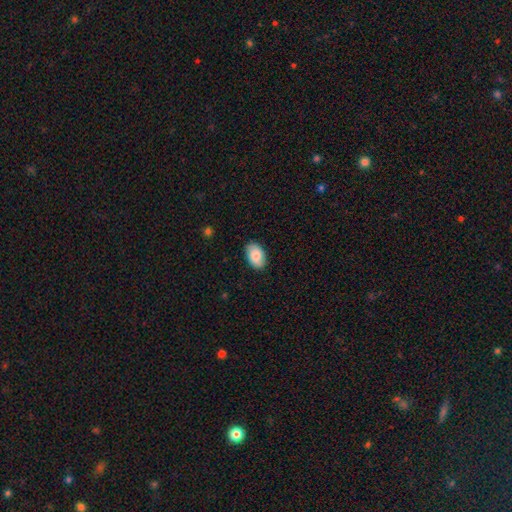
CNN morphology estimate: This appears to be a smooth galaxy with no disk features (83%) that is in between round and cigar-shaped (91%). Merging: none (85%).